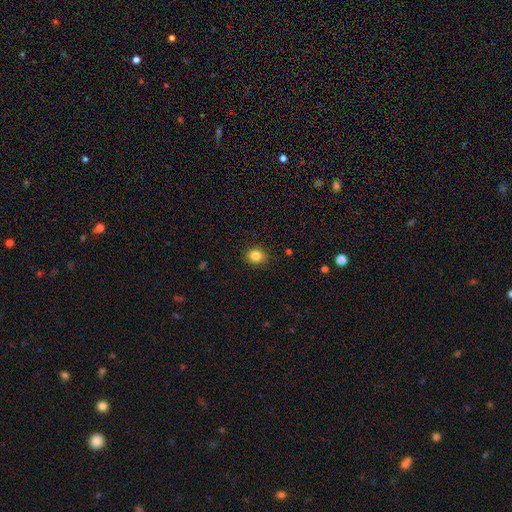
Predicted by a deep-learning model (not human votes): A smooth galaxy with no disk features (84%) that is round (76%).

Vote fractions:
- Smooth or featured? smooth: 84% / star or artifact: 11% / featured or disk: 5%
- How rounded? round: 76% / in between: 23% / cigar-shaped: 1%
- Merging? none: 89% / minor disturbance: 8% / major disturbance: 2% / merger: 1%